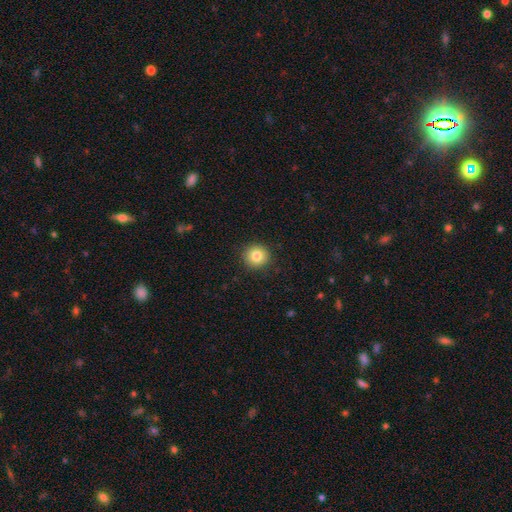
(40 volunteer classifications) This is clearly a smooth galaxy (82%). How rounded: clearly round (88%). Merging: clearly none (95%).